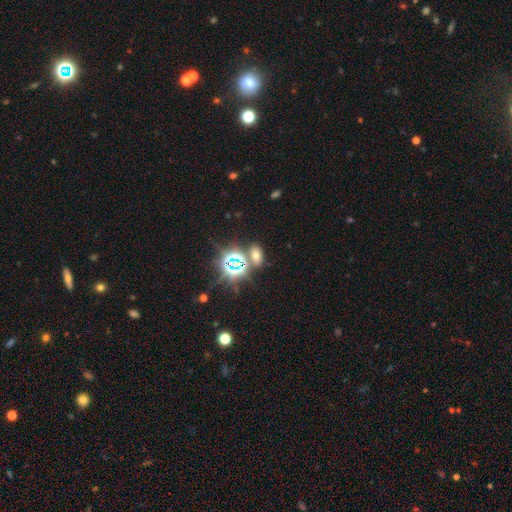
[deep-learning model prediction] Q: Smooth or featured?
A: smooth (47%); runner-up: star or artifact (43%)
Q: Merging?
A: none (75%); runner-up: merger (12%)